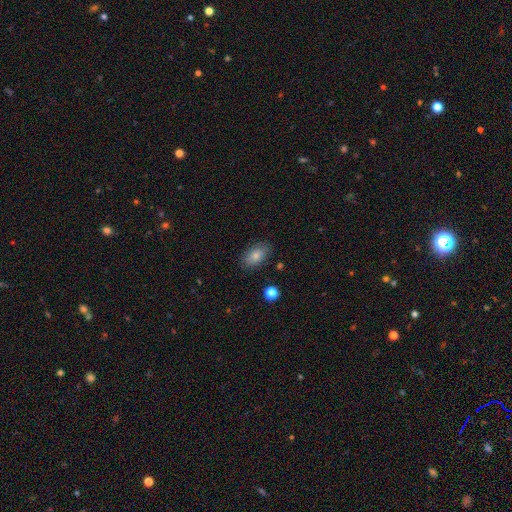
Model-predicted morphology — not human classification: type=smooth (80%); roundness=in between (90%); merging=none (83%).